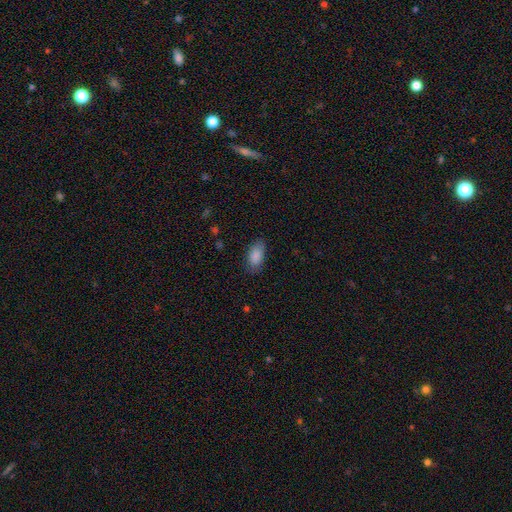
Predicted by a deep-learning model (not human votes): Overall: smooth (88%). How rounded: in between (92%). Merging: none (81%).